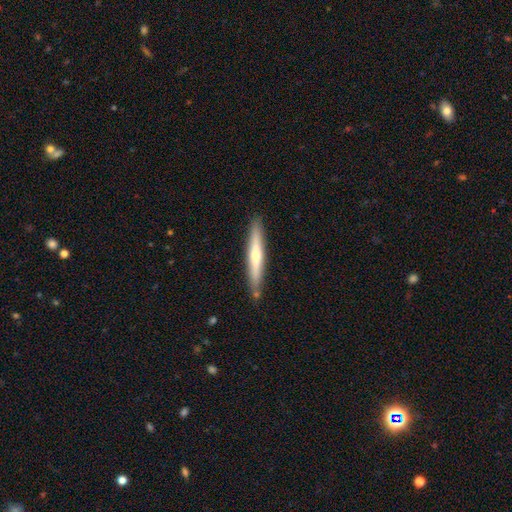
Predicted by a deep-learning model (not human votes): Smooth or featured: featured or disk — 50% (smooth — 45%)
Merging: none — 87% (minor disturbance — 9%)